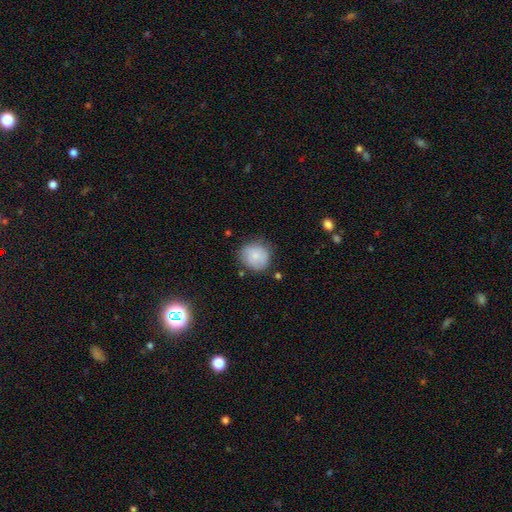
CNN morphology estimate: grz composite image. It shows a smooth galaxy with no disk features (80%) that is round (82%). Merging: none (69%).